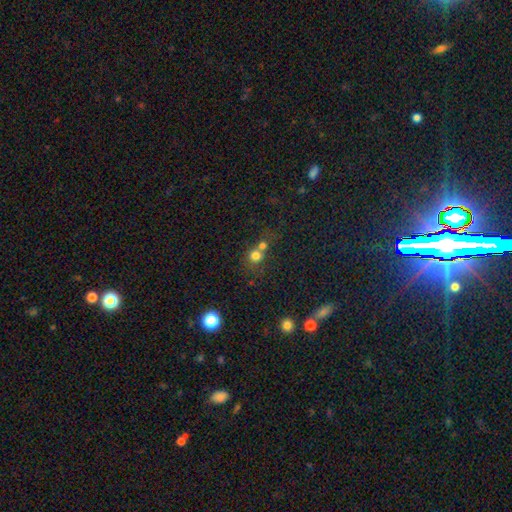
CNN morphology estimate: smooth_or_featured: smooth (p=0.75) [alt: star or artifact p=0.15]
how_rounded: round (p=0.86) [alt: in between p=0.13]
merging: merger (p=0.50) [alt: none p=0.40]